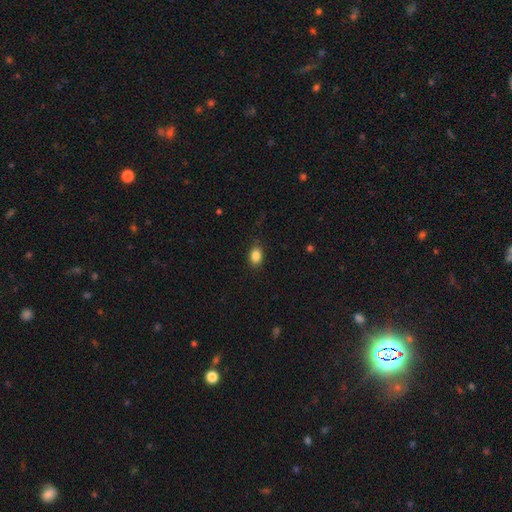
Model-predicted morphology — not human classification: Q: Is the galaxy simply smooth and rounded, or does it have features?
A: smooth — 86%.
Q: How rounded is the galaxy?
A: in between — 75%.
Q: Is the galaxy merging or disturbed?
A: none — 84%.